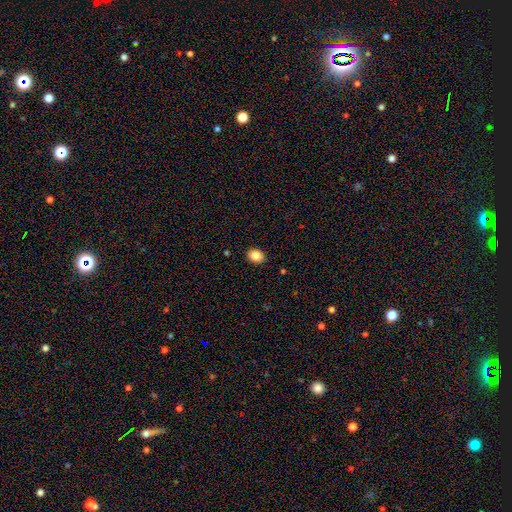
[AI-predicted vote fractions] This appears to be a smooth galaxy with no disk features (86%) that is in between round and cigar-shaped (58%). Merging: none (90%).